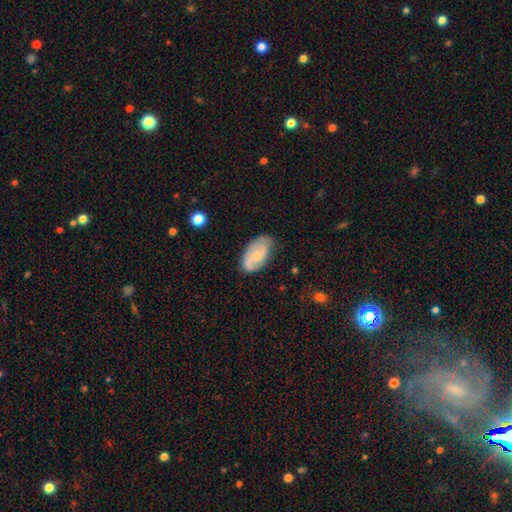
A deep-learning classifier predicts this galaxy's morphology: The model was most divided on "smooth or featured": featured or disk: 52%, smooth: 42%, star or artifact: 7%. More confident: edge-on disk — no (94%); merging — none (70%).